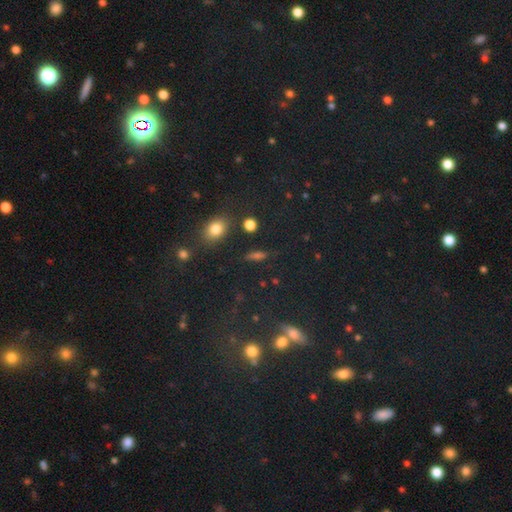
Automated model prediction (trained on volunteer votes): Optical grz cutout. It shows a smooth galaxy with no disk features (55%) that is in between round and cigar-shaped (58%). Merging: none (81%).